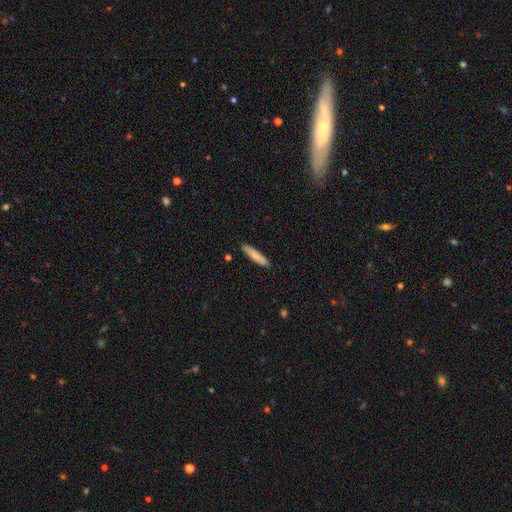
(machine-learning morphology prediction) smooth_or_featured: smooth (p=0.82) [alt: featured or disk p=0.12]
how_rounded: cigar-shaped (p=0.83) [alt: in between p=0.15]
merging: none (p=0.86) [alt: minor disturbance p=0.10]